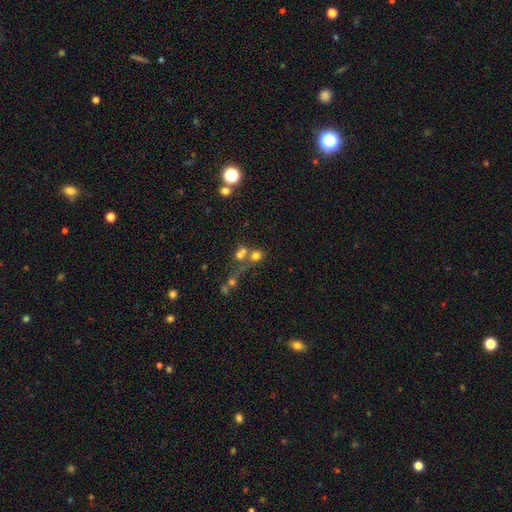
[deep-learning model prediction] Smooth or featured: smooth — 63% (star or artifact — 21%)
How rounded: round — 82% (in between — 16%)
Merging: merger — 48% (none — 39%)